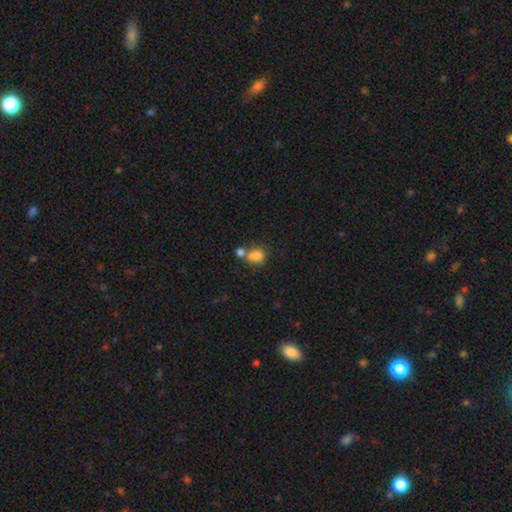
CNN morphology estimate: smooth-or-featured: smooth: 80% | star or artifact: 11% | featured or disk: 9%
  how-rounded: round: 64% | in between: 35% | cigar-shaped: 1%
  merging: merger: 41% | none: 40% | minor disturbance: 13% | major disturbance: 6%